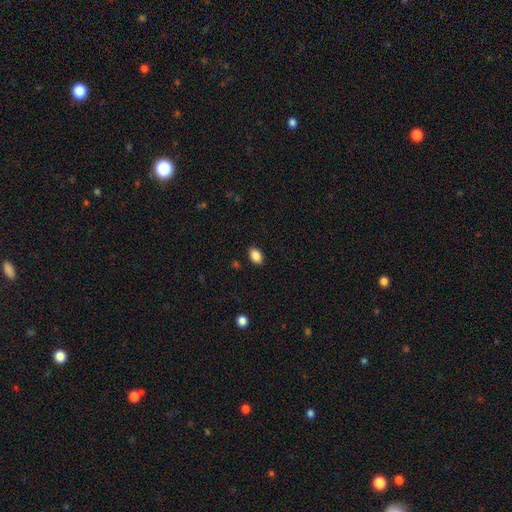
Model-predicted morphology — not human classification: type=smooth (88%); roundness=in between (82%); merging=none (88%).